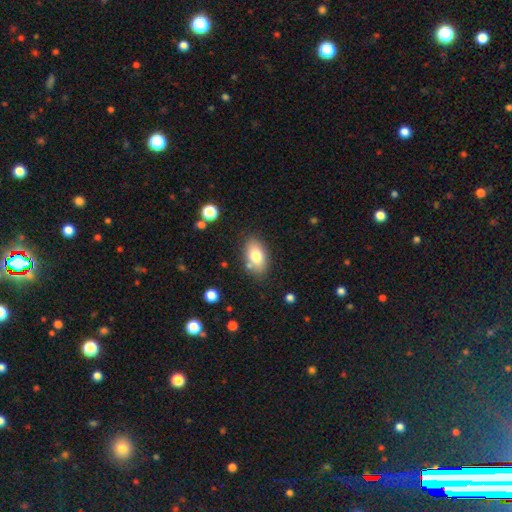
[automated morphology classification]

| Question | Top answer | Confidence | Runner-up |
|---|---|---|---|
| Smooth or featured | smooth | 78% | featured or disk (15%) |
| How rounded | in between | 90% | round (8%) |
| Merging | none | 77% | minor disturbance (14%) |